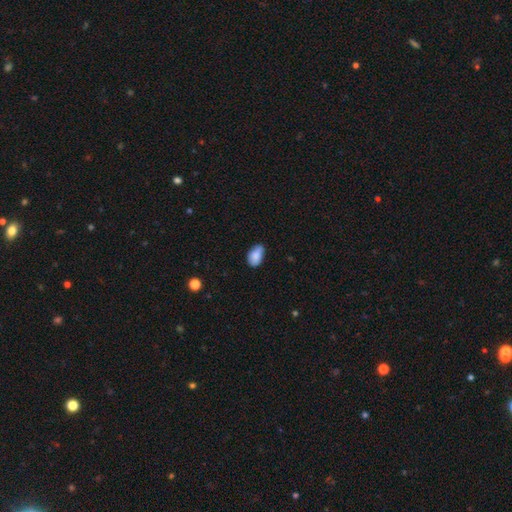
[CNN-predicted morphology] A smooth galaxy with no disk features (83%) that is in between round and cigar-shaped (90%).

Vote fractions:
- Smooth or featured? smooth: 83% / featured or disk: 9% / star or artifact: 8%
- How rounded? in between: 90% / round: 8% / cigar-shaped: 2%
- Merging? none: 54% / minor disturbance: 37% / major disturbance: 6% / merger: 3%